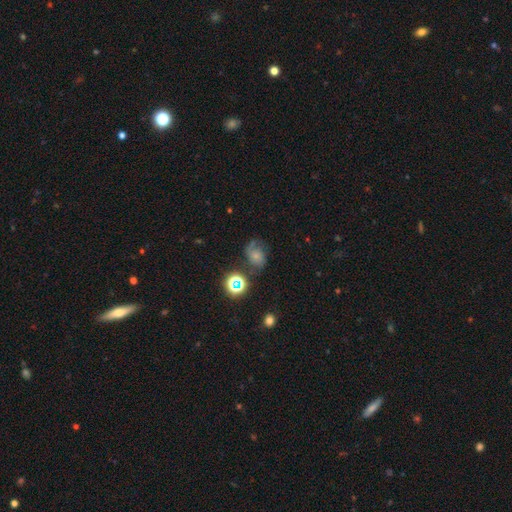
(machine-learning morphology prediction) Q: Smooth or featured?
A: featured or disk (46%); runner-up: smooth (35%)
Q: Merging?
A: none (50%); runner-up: minor disturbance (26%)